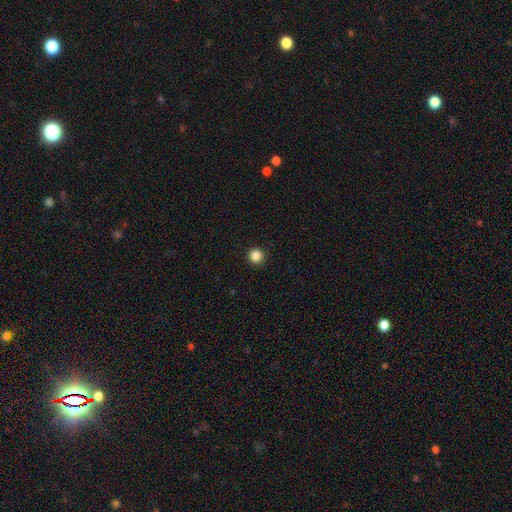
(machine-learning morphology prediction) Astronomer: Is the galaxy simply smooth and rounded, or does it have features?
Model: smooth — 86%.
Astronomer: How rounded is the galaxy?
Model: round — 96%.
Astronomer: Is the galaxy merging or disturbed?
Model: none — 93%.